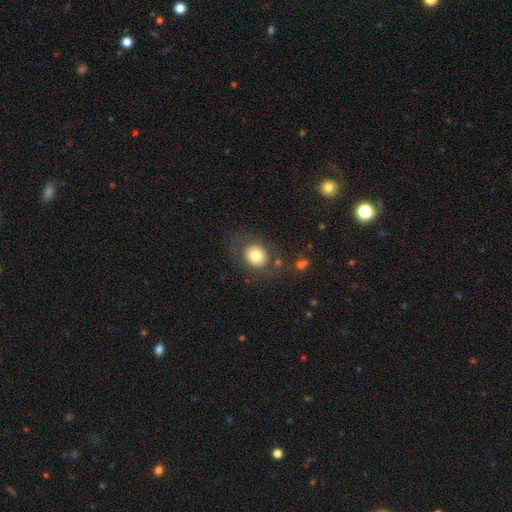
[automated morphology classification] Overall: smooth (74%). How rounded: round (66%; in between 33%). Merging: none (74%).